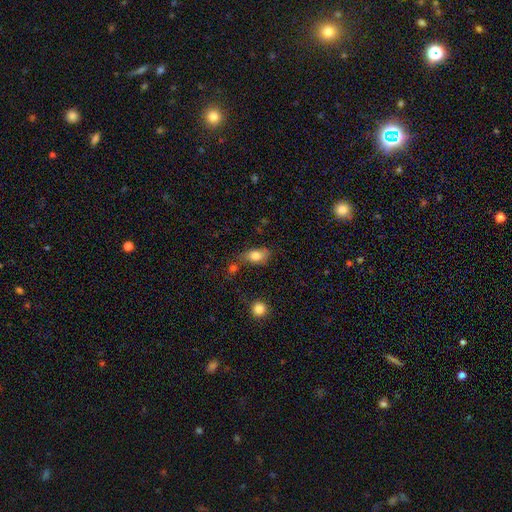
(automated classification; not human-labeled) A smooth galaxy with no disk features (80%) that is in between round and cigar-shaped (83%). Merging: none (60%).